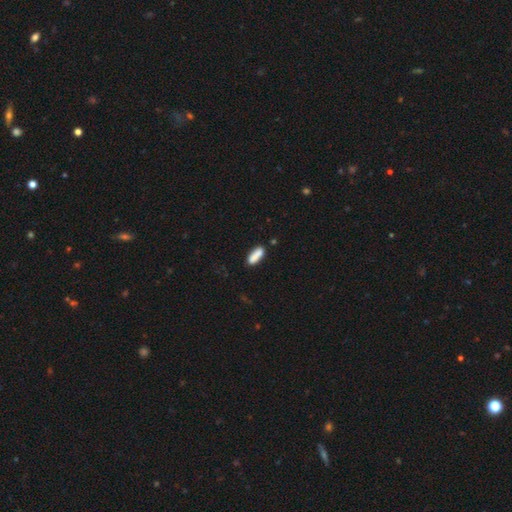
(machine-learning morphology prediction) A smooth galaxy with no disk features (85%) that is in between round and cigar-shaped (51%). Merging: none (75%).